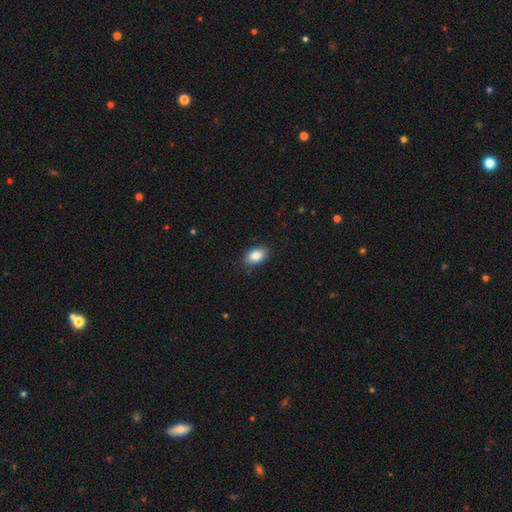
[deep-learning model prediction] Smooth or featured: smooth — 86% (star or artifact — 8%)
How rounded: in between — 87% (round — 12%)
Merging: none — 87% (minor disturbance — 10%)